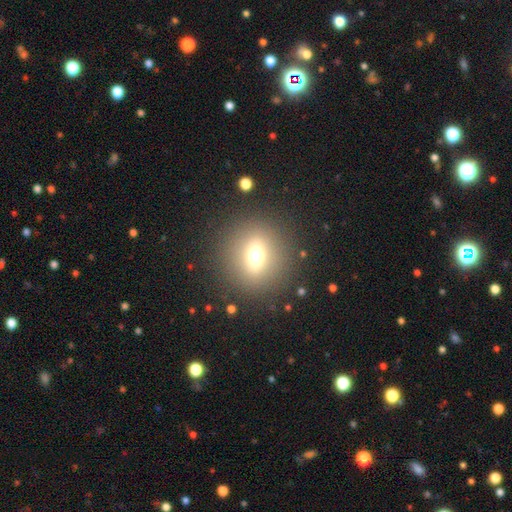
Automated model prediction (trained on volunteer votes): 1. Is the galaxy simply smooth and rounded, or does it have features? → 61% smooth, 25% featured or disk, 15% star or artifact.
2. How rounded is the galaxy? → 72% round, 25% in between, 3% cigar-shaped.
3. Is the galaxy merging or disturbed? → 86% none, 7% minor disturbance, 4% major disturbance, 2% merger.